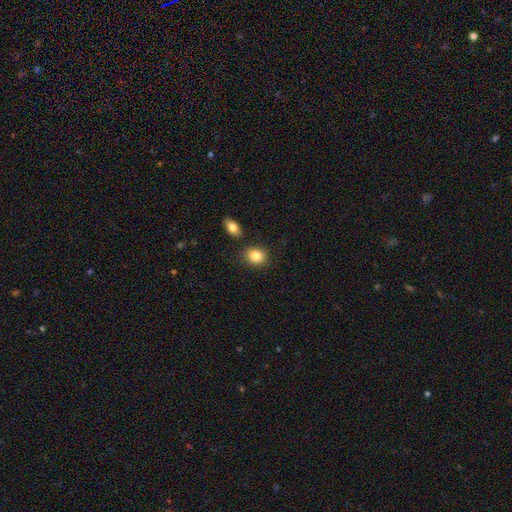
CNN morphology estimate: smooth 85%, star or artifact 9%, featured or disk 7%. Down the decision tree: how rounded — round (55%); merging — none (79%).